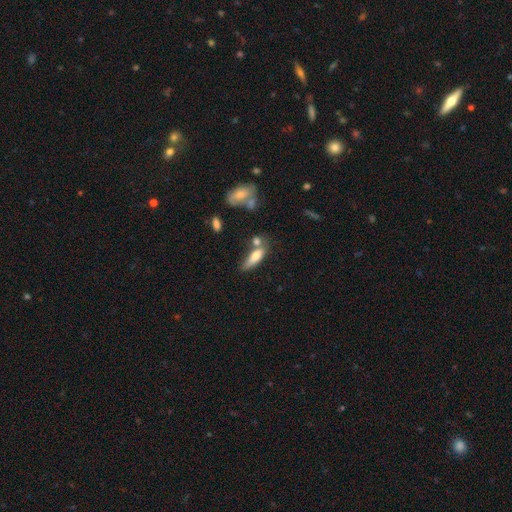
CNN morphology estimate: A smooth galaxy with no disk features (69%) that is in between round and cigar-shaped (50%). Merging: none (44%).